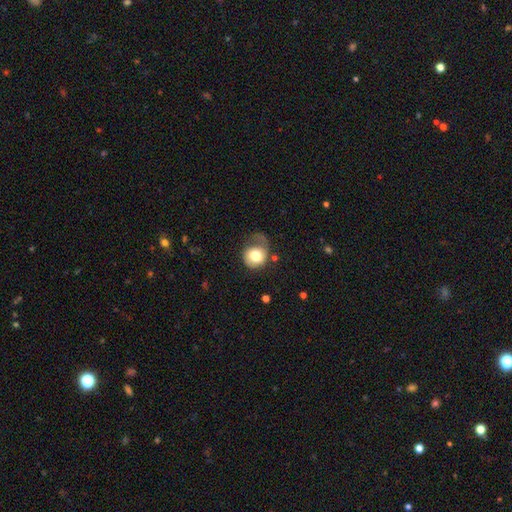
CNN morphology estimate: A smooth galaxy with no disk features (70%) that is round (80%).

Vote fractions:
- Smooth or featured? smooth: 70% / featured or disk: 22% / star or artifact: 8%
- How rounded? round: 80% / in between: 19% / cigar-shaped: 1%
- Merging? none: 38% / major disturbance: 34% / minor disturbance: 24% / merger: 4%